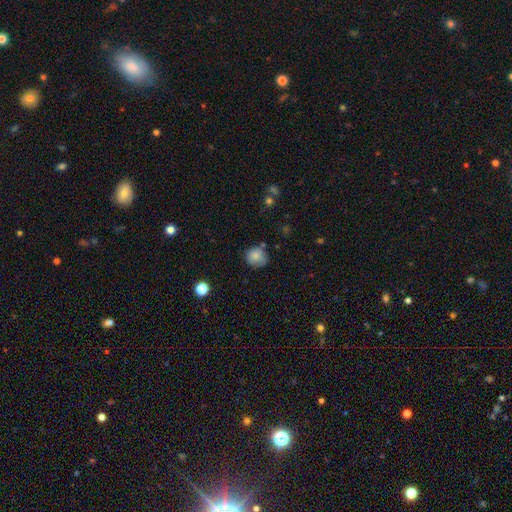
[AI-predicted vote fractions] Morphology: type=smooth (82%); roundness=round (80%); merging=none (69%).